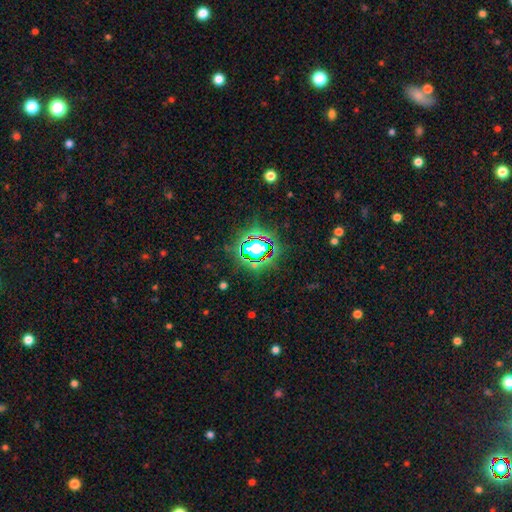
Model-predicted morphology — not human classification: smooth-or-featured: star or artifact: 74% | smooth: 17% | featured or disk: 10%